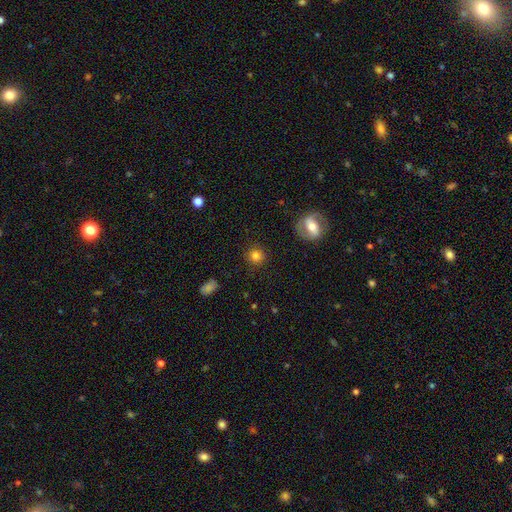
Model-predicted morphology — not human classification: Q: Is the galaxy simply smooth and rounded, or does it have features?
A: smooth — 79%.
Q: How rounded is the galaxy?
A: round — 89%.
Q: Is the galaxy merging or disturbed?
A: none — 86%.